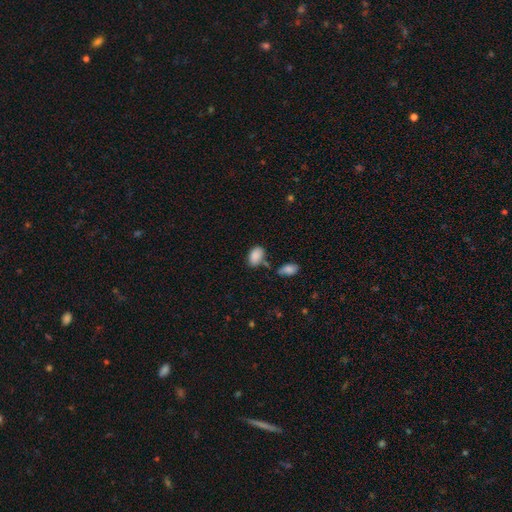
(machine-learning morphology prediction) smooth 87%, star or artifact 8%, featured or disk 4%. Down the decision tree: how rounded — in between (90%); merging — none (64%).